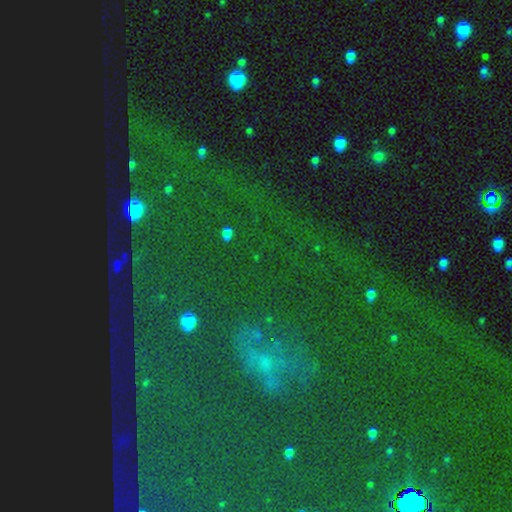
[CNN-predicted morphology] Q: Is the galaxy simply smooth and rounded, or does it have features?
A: star or artifact — 71%.